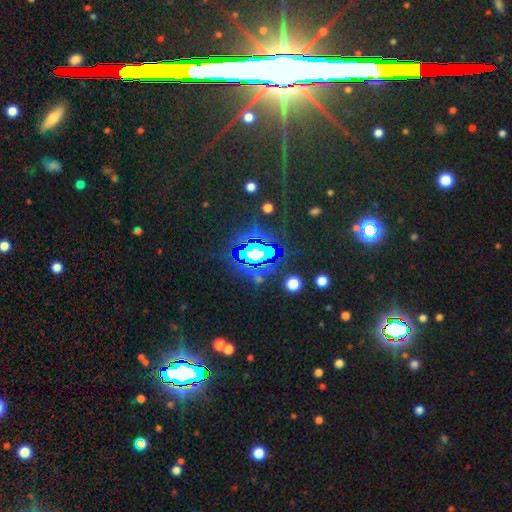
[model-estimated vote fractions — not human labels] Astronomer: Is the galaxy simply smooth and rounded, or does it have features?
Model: star or artifact — 66%.